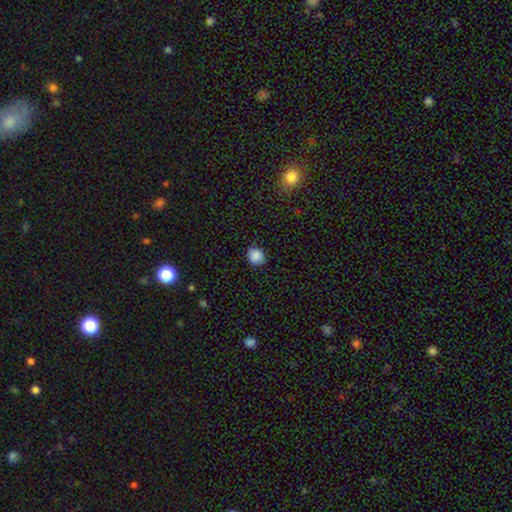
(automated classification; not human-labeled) A smooth galaxy with no disk features (87%) that is round (67%).

Vote fractions:
- Smooth or featured? smooth: 87% / star or artifact: 10% / featured or disk: 4%
- How rounded? round: 67% / in between: 32% / cigar-shaped: 1%
- Merging? none: 80% / minor disturbance: 16% / major disturbance: 3% / merger: 1%